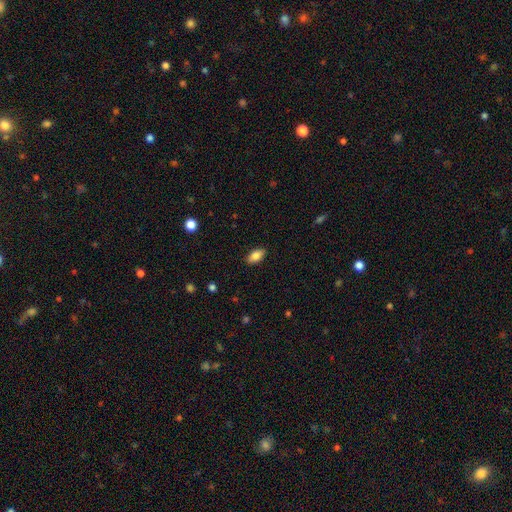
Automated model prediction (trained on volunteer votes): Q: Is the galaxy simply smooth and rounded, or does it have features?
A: smooth — 86%.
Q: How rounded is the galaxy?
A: in between — 92%.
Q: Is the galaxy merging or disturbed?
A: none — 88%.